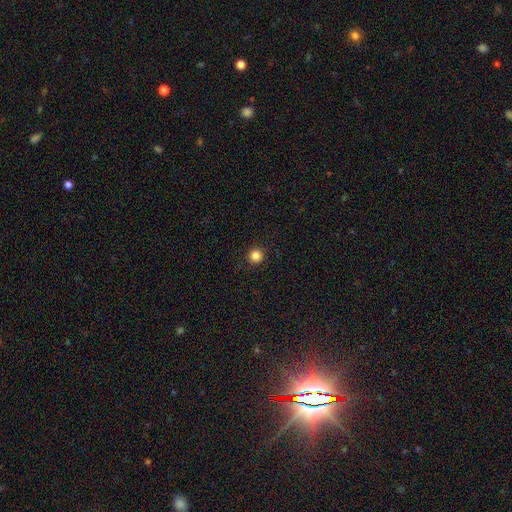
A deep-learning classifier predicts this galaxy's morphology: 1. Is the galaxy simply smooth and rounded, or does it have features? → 84% smooth, 12% star or artifact, 3% featured or disk.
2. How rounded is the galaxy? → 96% round, 3% in between, 1% cigar-shaped.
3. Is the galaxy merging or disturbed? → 93% none, 4% minor disturbance, 2% major disturbance, 1% merger.